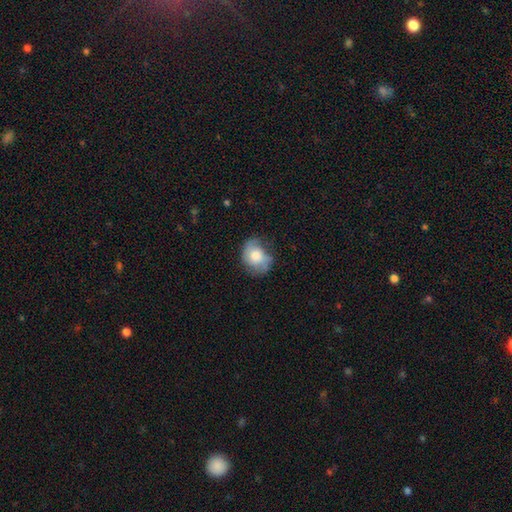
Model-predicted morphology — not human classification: smooth_or_featured: smooth (p=0.55) [alt: featured or disk p=0.37]
how_rounded: round (p=0.50) [alt: in between p=0.49]
merging: none (p=0.57) [alt: minor disturbance p=0.29]